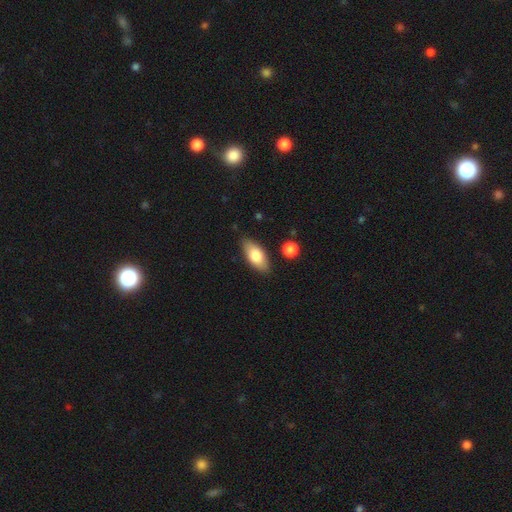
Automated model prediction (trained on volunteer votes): Smooth or featured? Predicted: smooth (p=0.78). How rounded? Predicted: in between (p=0.87). Merging? Predicted: none (p=0.83).